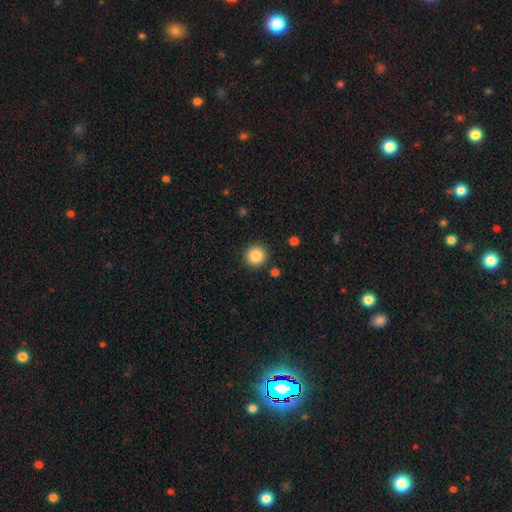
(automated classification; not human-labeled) This is clearly a smooth galaxy (86%). How rounded: clearly round (94%). Merging: clearly none (90%).